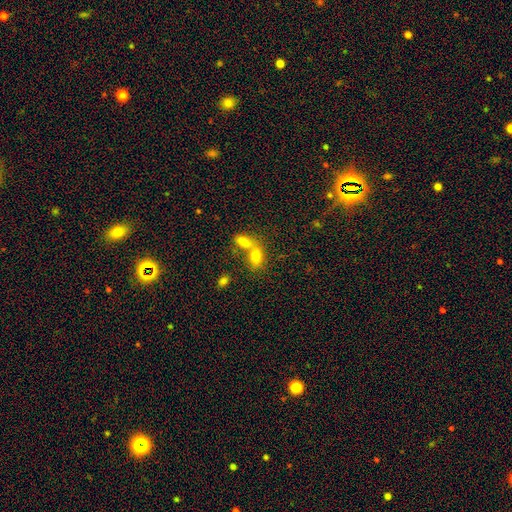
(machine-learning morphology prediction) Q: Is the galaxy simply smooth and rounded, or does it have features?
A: smooth — 78%.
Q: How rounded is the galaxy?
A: in between — 81%.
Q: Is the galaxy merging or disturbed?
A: merger — 56%.